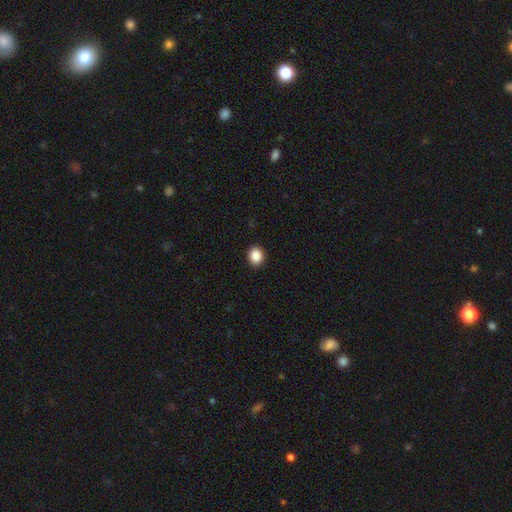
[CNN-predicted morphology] smooth_or_featured: smooth (p=0.88) [alt: star or artifact p=0.09]
how_rounded: round (p=0.70) [alt: in between p=0.30]
merging: none (p=0.92) [alt: minor disturbance p=0.05]